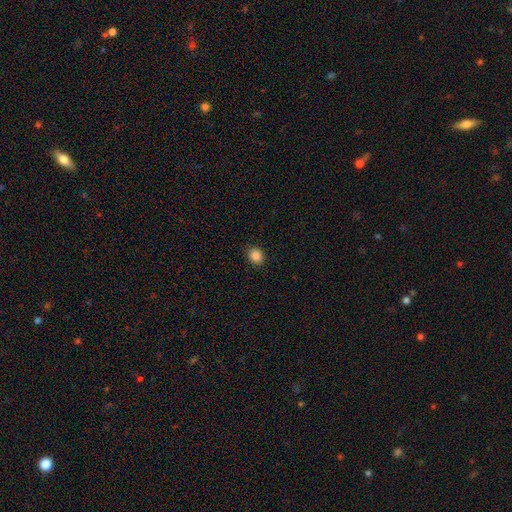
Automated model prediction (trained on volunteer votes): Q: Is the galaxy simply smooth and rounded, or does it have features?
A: smooth — 85%.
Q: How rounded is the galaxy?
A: round — 79%.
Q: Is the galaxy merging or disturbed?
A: none — 90%.